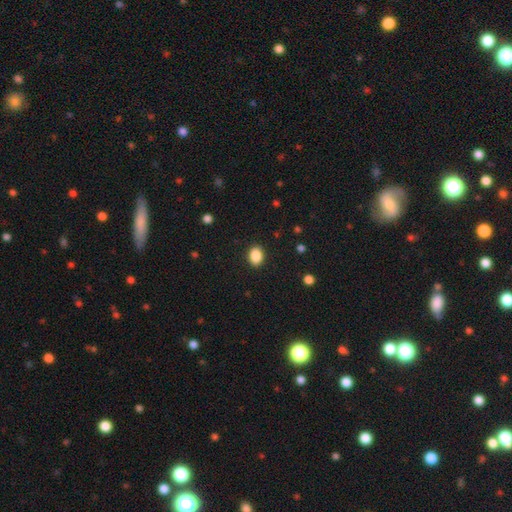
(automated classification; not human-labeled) Overall: smooth (89%). How rounded: in between (67%; round 32%). Merging: none (90%).